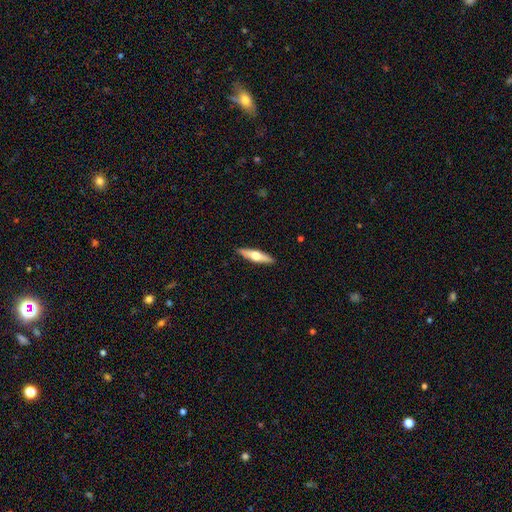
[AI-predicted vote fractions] Smooth or featured? Predicted: featured or disk (p=0.50). Merging? Predicted: none (p=0.90).